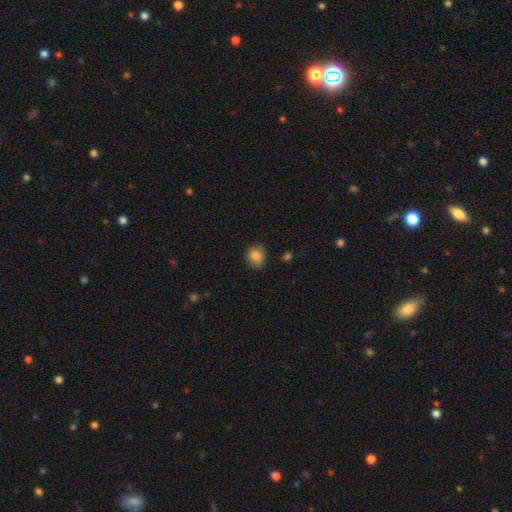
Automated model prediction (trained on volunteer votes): Morphology: type=smooth (85%); roundness=round (59%); merging=none (84%).